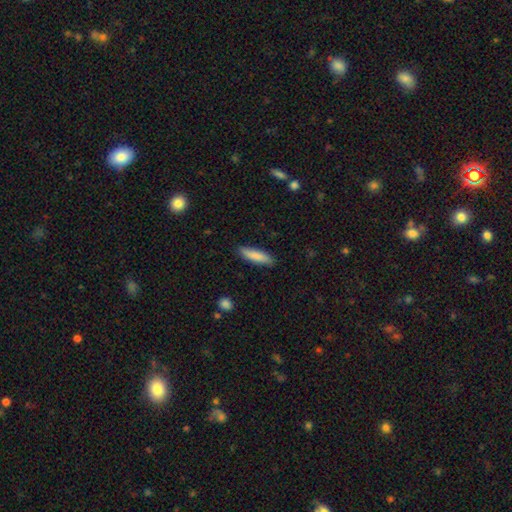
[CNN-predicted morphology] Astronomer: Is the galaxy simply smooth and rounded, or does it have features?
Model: smooth — 85%.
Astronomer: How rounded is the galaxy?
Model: cigar-shaped — 70%.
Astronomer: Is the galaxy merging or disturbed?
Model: none — 88%.